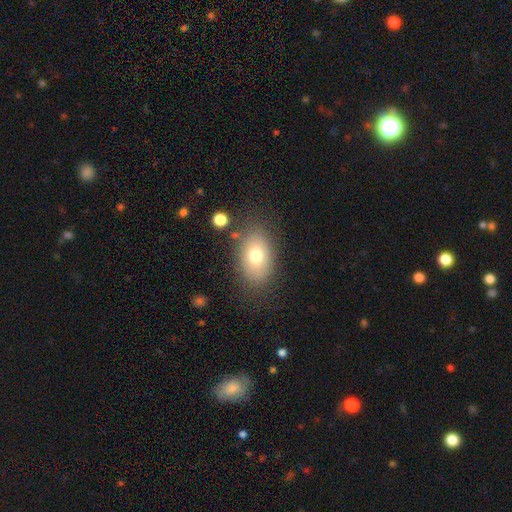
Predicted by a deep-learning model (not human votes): Smooth or featured? smooth (74%)
How rounded? in between (86%)
Merging? none (79%)